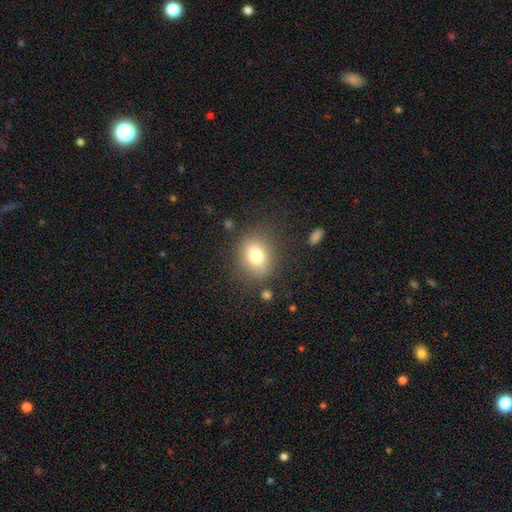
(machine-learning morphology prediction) Smooth or featured: smooth — 77% (star or artifact — 11%)
How rounded: round — 54% (in between — 44%)
Merging: none — 82% (minor disturbance — 11%)